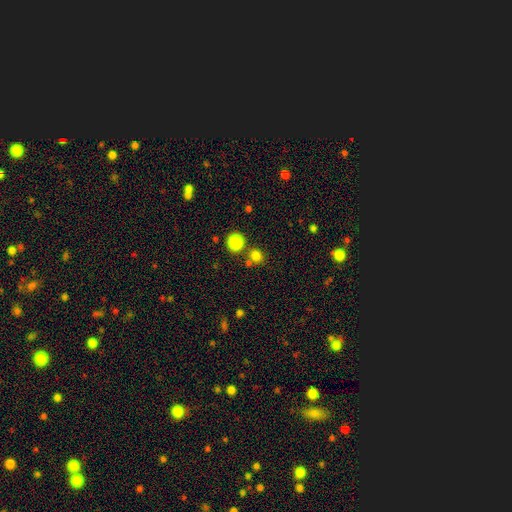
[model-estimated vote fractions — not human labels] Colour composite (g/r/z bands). It shows a smooth galaxy with no disk features (78%) that is round (85%). Merging: none (72%).